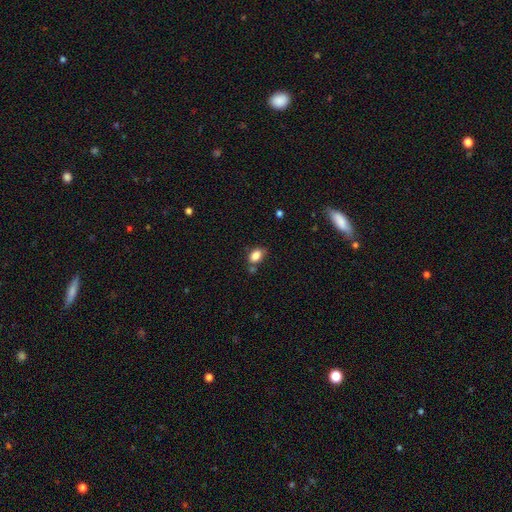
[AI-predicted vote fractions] Smooth or featured: smooth — 85% (star or artifact — 9%)
How rounded: in between — 83% (round — 15%)
Merging: none — 65% (minor disturbance — 19%)